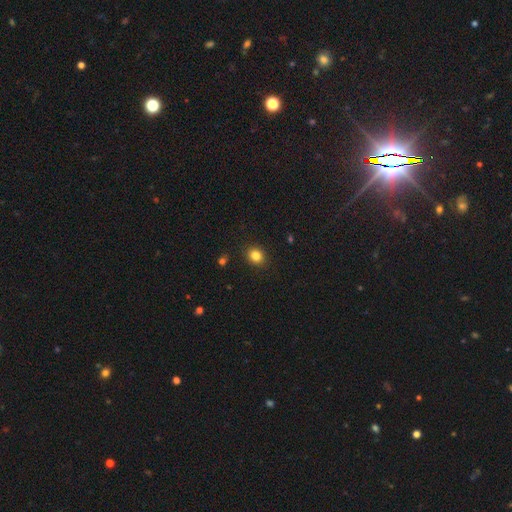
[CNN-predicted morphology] smooth-or-featured: smooth: 84% | star or artifact: 11% | featured or disk: 5%
  how-rounded: round: 65% | in between: 34% | cigar-shaped: 1%
  merging: none: 90% | minor disturbance: 7% | major disturbance: 2% | merger: 1%